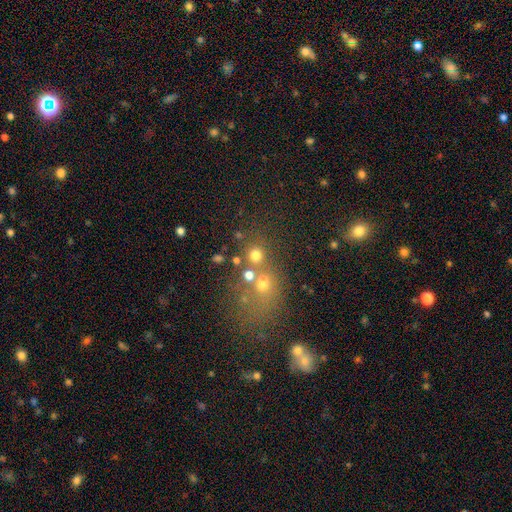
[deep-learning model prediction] The model was most divided on "merging": none: 57%, merger: 27%, minor disturbance: 9%, major disturbance: 7%. More confident: how rounded — round (82%); smooth or featured — smooth (65%).